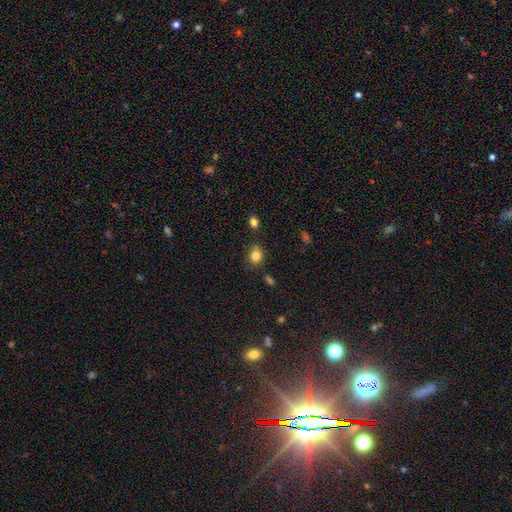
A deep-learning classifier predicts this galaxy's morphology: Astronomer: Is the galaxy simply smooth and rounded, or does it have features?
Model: smooth — 82%.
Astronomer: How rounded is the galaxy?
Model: round — 58% (runner-up: in between, 41%).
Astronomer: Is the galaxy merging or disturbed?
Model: none — 72%.